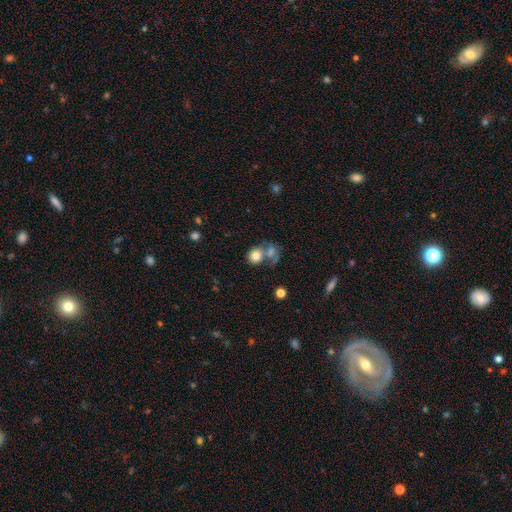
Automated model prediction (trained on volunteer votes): Q: Smooth or featured?
A: smooth (76%); runner-up: featured or disk (14%)
Q: How rounded?
A: round (74%); runner-up: in between (25%)
Q: Merging?
A: merger (45%); runner-up: none (37%)